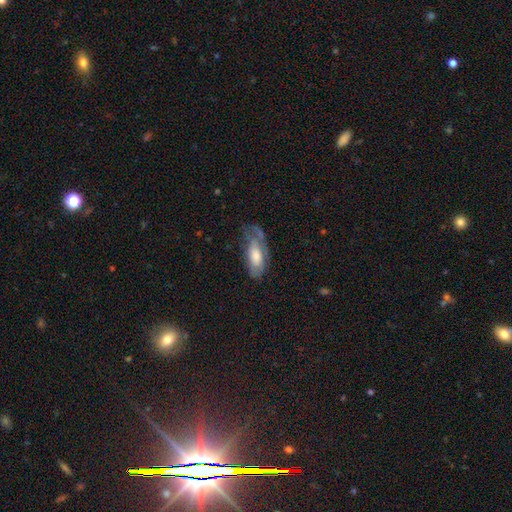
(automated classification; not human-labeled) Smooth or featured: smooth — 50% (featured or disk — 42%)
How rounded: in between — 82% (cigar-shaped — 15%)
Merging: none — 40% (minor disturbance — 32%)